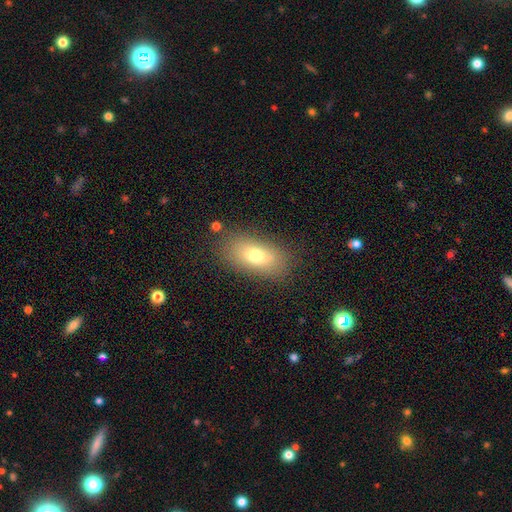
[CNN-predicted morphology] Overall: smooth (72%). How rounded: in between (85%). Merging: none (81%).